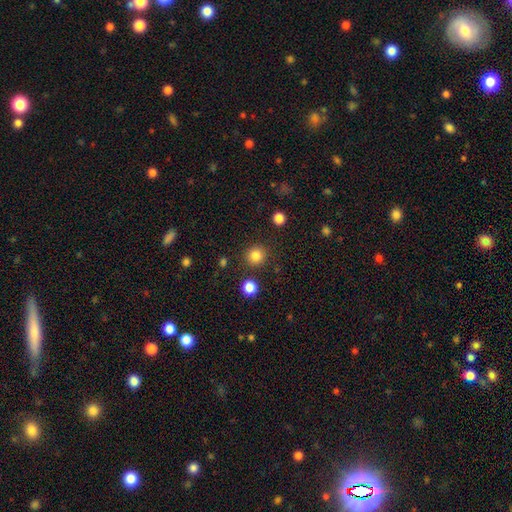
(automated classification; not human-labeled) smooth 84%, star or artifact 12%, featured or disk 4%. Down the decision tree: how rounded — round (92%); merging — none (89%).